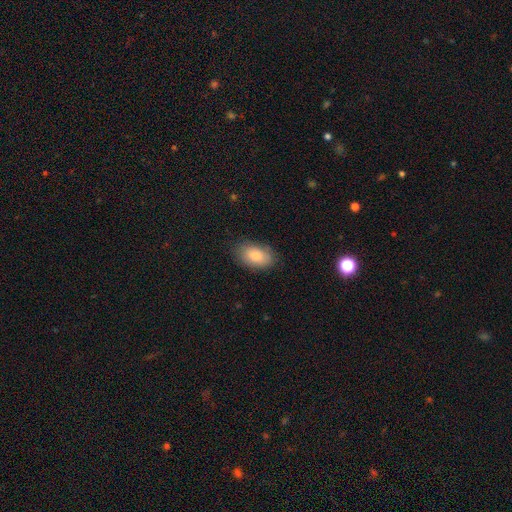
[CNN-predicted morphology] type=smooth (82%); roundness=in between (91%); merging=none (82%).